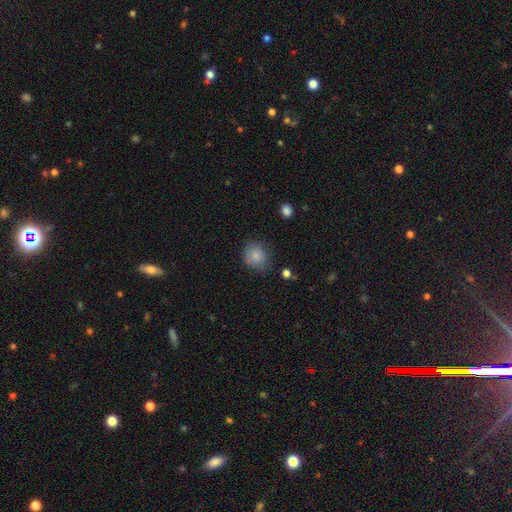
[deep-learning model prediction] Smooth or featured? smooth (82%)
How rounded? round (78%)
Merging? none (67%)